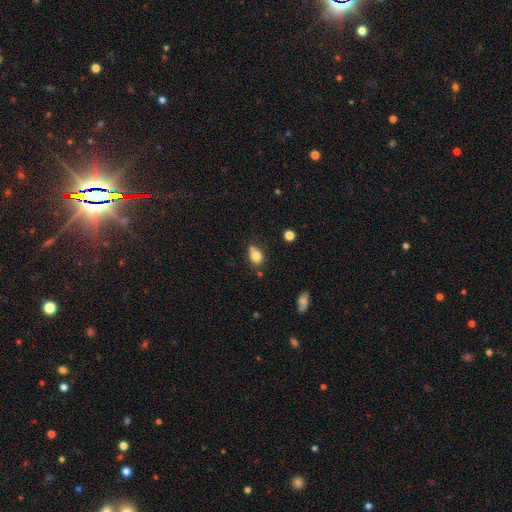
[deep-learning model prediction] smooth_or_featured: smooth (p=0.81) [alt: star or artifact p=0.10]
how_rounded: in between (p=0.67) [alt: round p=0.31]
merging: none (p=0.64) [alt: minor disturbance p=0.20]